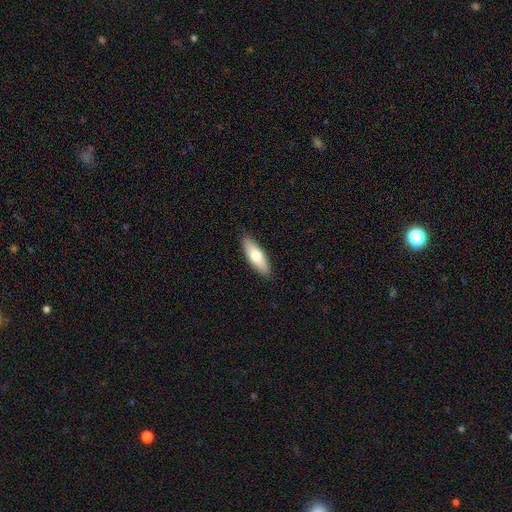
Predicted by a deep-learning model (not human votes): Morphology: type=smooth (72%); roundness=in between (55%); merging=none (89%).